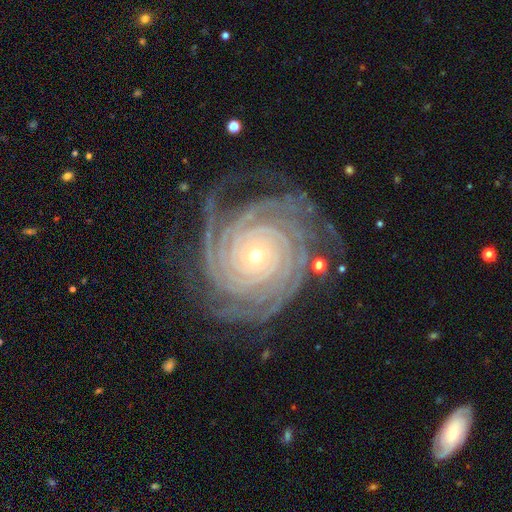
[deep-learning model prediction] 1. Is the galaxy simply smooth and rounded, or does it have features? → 92% featured or disk, 5% star or artifact, 3% smooth.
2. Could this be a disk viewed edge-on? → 98% no, 2% yes.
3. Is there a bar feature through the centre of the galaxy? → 78% no, 13% weak, 9% strong.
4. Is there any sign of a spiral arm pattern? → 99% yes, 1% no.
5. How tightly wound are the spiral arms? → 91% tight, 8% medium, 1% loose.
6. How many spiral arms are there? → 28% more than 4, 27% 4, 14% 3, 13% can't tell, 11% 2, 8% 1.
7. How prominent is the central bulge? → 76% small, 21% moderate, 1% large, 1% none, 1% dominant.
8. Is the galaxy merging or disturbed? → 77% none, 15% minor disturbance, 6% major disturbance, 2% merger.